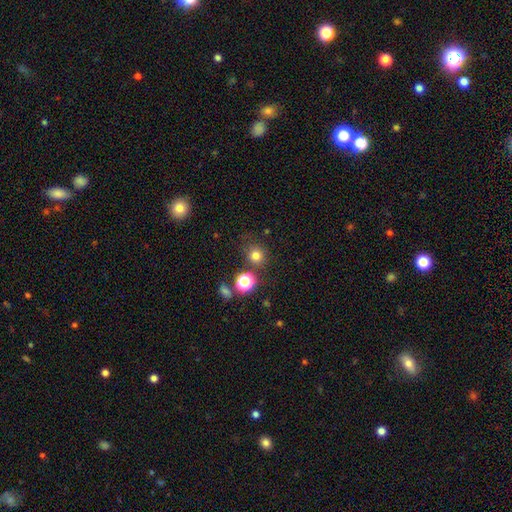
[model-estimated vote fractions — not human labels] A smooth galaxy with no disk features (76%) that is round (86%).

Vote fractions:
- Smooth or featured? smooth: 76% / star or artifact: 18% / featured or disk: 6%
- How rounded? round: 86% / in between: 13% / cigar-shaped: 1%
- Merging? none: 78% / minor disturbance: 11% / merger: 7% / major disturbance: 4%